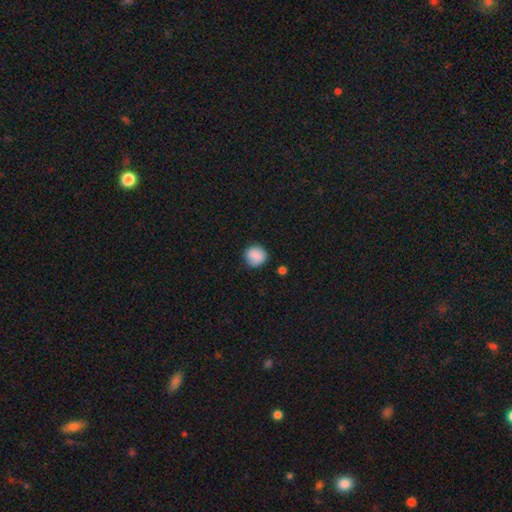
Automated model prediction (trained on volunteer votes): smooth-or-featured: smooth: 87% | star or artifact: 8% | featured or disk: 5%
  how-rounded: round: 91% | in between: 8% | cigar-shaped: 1%
  merging: none: 86% | minor disturbance: 10% | major disturbance: 2% | merger: 2%